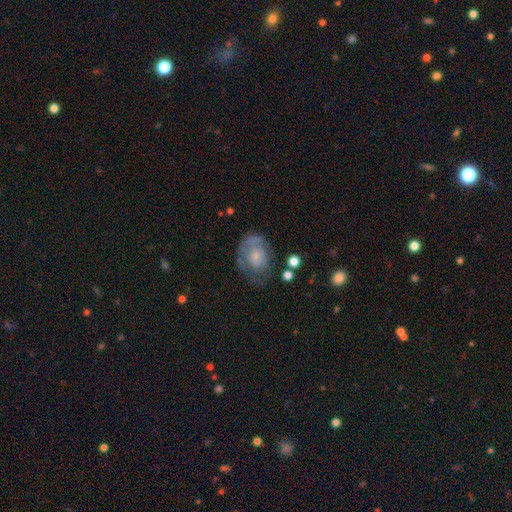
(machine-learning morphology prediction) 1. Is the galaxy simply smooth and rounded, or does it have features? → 47% smooth, 45% featured or disk, 8% star or artifact.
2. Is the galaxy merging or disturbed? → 49% none, 26% minor disturbance, 21% major disturbance, 3% merger.